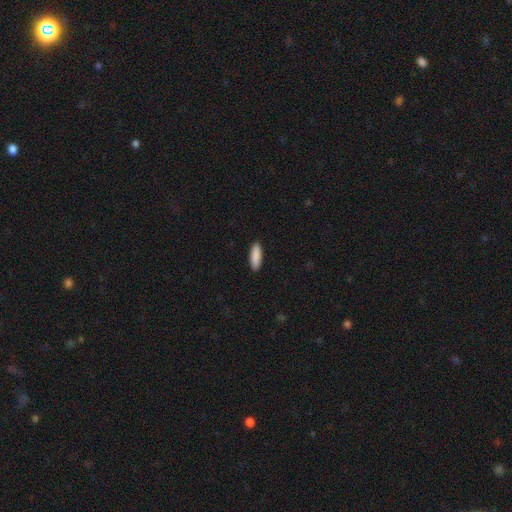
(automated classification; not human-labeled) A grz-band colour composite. It shows a smooth galaxy with no disk features (90%) that is cigar-shaped (53%). Merging: none (91%).